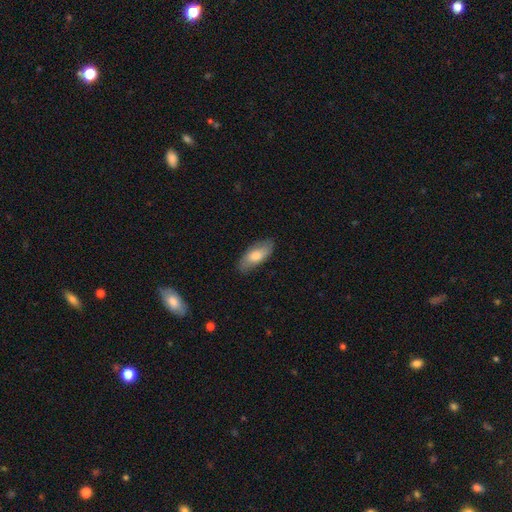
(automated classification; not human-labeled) Smooth or featured? smooth (68%)
How rounded? in between (83%)
Merging? none (82%)